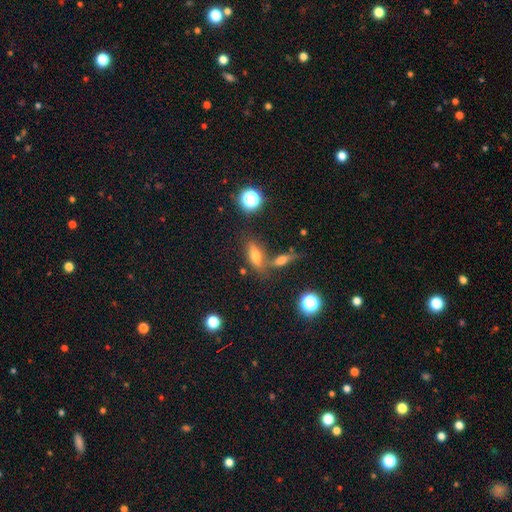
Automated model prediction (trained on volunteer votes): smooth-or-featured: smooth: 60% | featured or disk: 26% | star or artifact: 14%
  how-rounded: in between: 65% | cigar-shaped: 29% | round: 6%
  merging: none: 57% | merger: 26% | minor disturbance: 11% | major disturbance: 5%